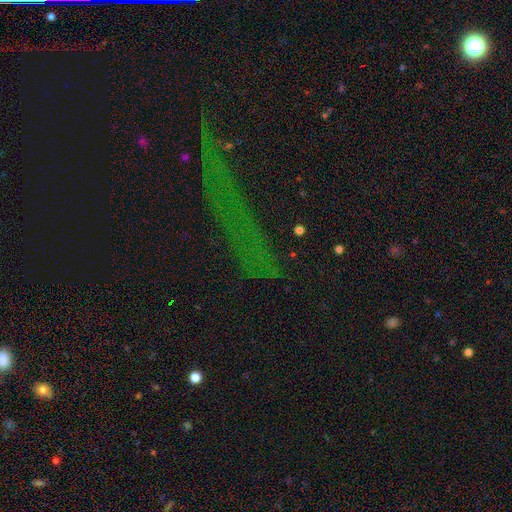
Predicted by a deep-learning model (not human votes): Smooth or featured? star or artifact (73%)